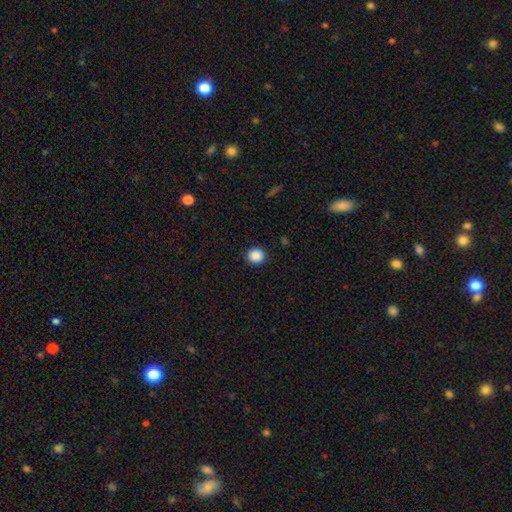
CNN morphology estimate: Smooth or featured?
  - smooth: 88% *
  - star or artifact: 9%
  - featured or disk: 2%
How rounded?
  - round: 88% *
  - in between: 12%
  - cigar-shaped: 1%
Merging?
  - none: 91% *
  - minor disturbance: 6%
  - major disturbance: 2%
  - merger: 1%